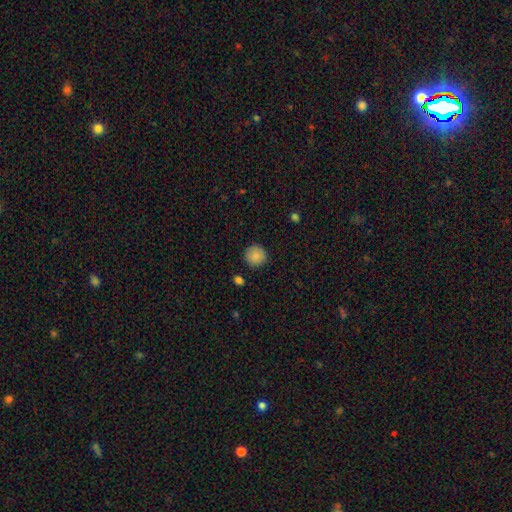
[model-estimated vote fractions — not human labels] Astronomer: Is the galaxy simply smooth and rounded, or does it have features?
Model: smooth — 88%.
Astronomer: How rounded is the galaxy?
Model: round — 94%.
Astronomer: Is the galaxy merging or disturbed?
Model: none — 90%.